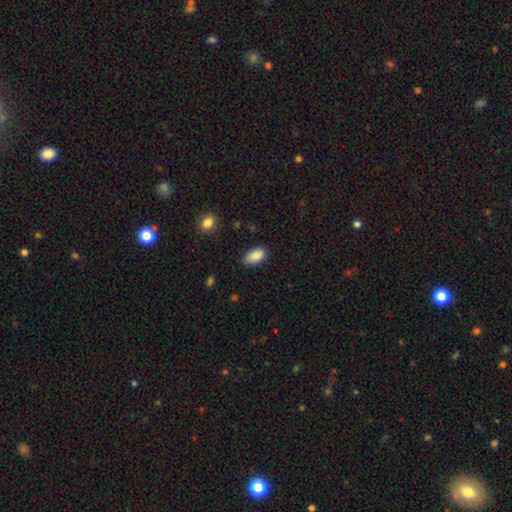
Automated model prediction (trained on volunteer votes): smooth-or-featured: smooth: 89% | star or artifact: 7% | featured or disk: 4%
  how-rounded: in between: 94% | round: 4% | cigar-shaped: 2%
  merging: none: 80% | minor disturbance: 15% | major disturbance: 3% | merger: 1%